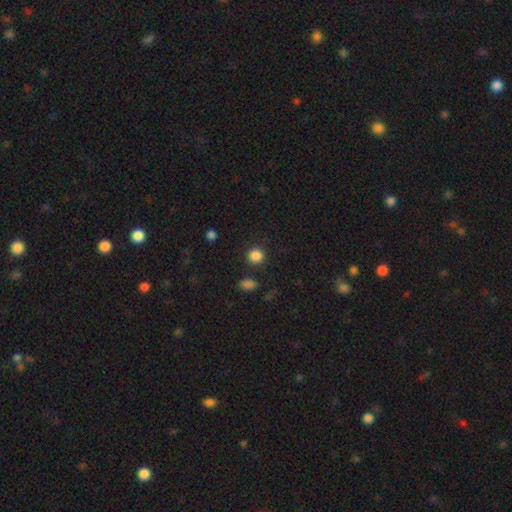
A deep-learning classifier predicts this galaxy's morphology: A smooth galaxy with no disk features (86%) that is round (91%).

Vote fractions:
- Smooth or featured? smooth: 86% / star or artifact: 11% / featured or disk: 3%
- How rounded? round: 91% / in between: 8% / cigar-shaped: 1%
- Merging? none: 87% / minor disturbance: 7% / major disturbance: 3% / merger: 3%